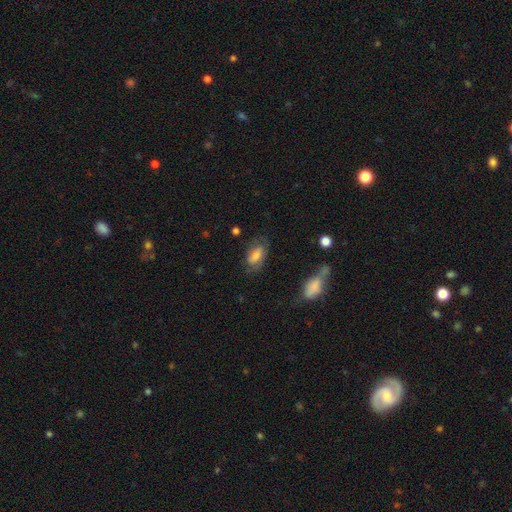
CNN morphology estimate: Smooth or featured: smooth — 58% (featured or disk — 34%)
How rounded: in between — 89% (round — 7%)
Merging: none — 63% (minor disturbance — 22%)